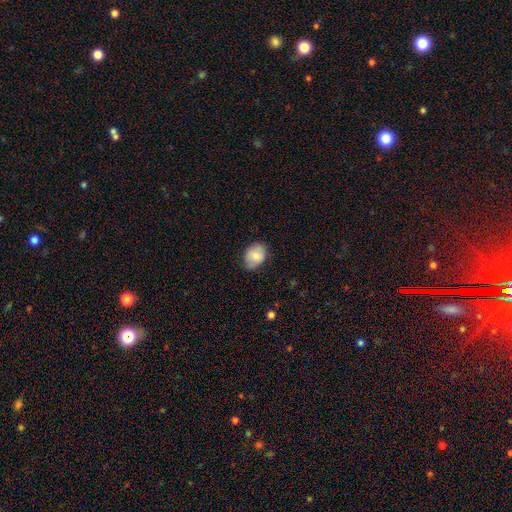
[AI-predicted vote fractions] smooth-or-featured: smooth: 76% | featured or disk: 17% | star or artifact: 7%
  how-rounded: in between: 63% | round: 37% | cigar-shaped: 1%
  merging: none: 69% | minor disturbance: 25% | major disturbance: 5% | merger: 1%